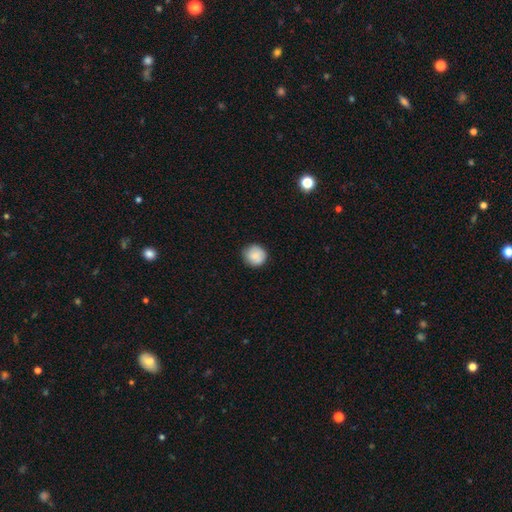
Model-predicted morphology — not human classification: Smooth or featured: smooth — 85% (star or artifact — 8%)
How rounded: round — 92% (in between — 7%)
Merging: none — 86% (minor disturbance — 11%)